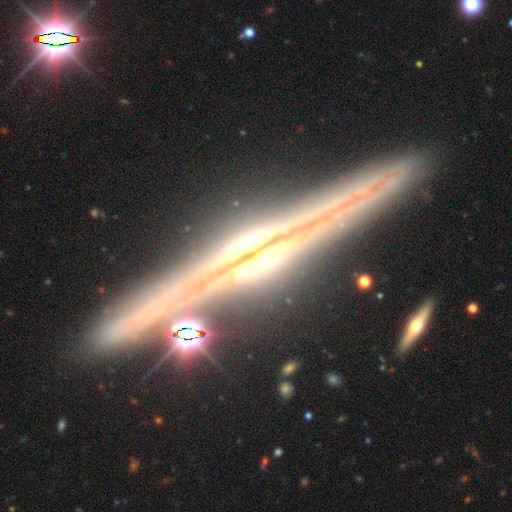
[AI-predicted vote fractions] A featured or disk galaxy (86%) viewed edge-on (96%) with a rounded central bulge (66%).

Vote fractions:
- Smooth or featured? featured or disk: 86% / star or artifact: 8% / smooth: 7%
- Edge-on disk? yes: 96% / no: 4%
- Edge-on bulge? rounded: 66% / none: 20% / boxy: 15%
- Merging? none: 87% / minor disturbance: 8% / merger: 3% / major disturbance: 2%